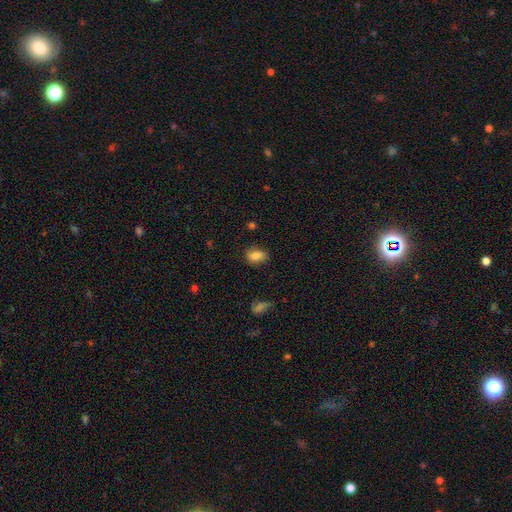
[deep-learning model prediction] A smooth galaxy with no disk features (81%) that is in between round and cigar-shaped (84%). Merging: none (72%).